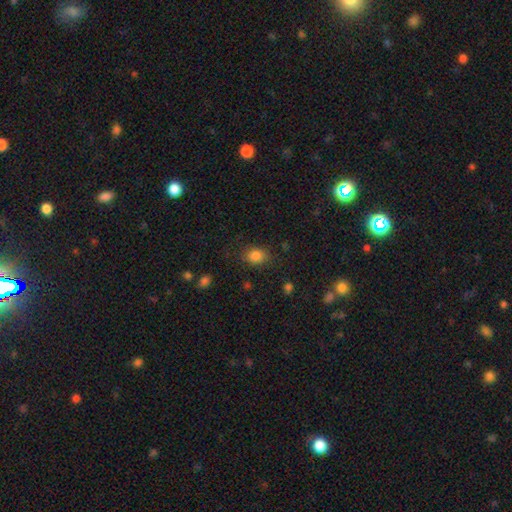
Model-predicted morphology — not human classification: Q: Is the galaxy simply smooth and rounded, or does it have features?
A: smooth — 84%.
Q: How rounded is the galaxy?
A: in between — 58%.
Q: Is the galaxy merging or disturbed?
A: none — 79%.